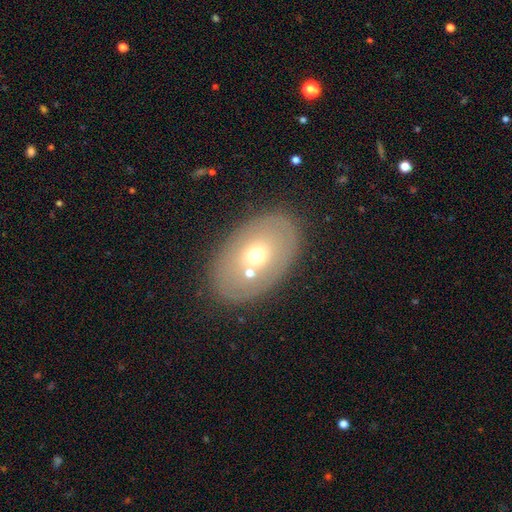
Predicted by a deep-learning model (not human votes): Smooth or featured? smooth (55%)
How rounded? in between (84%)
Merging? none (75%)